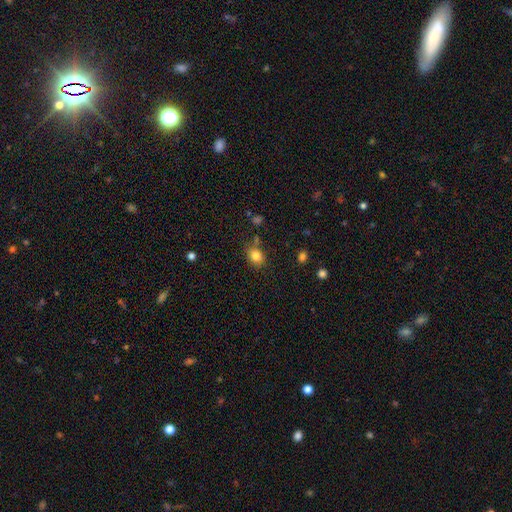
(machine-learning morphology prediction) A smooth galaxy with no disk features (83%) that is round (56%).

Vote fractions:
- Smooth or featured? smooth: 83% / star or artifact: 11% / featured or disk: 6%
- How rounded? round: 56% / in between: 43% / cigar-shaped: 1%
- Merging? none: 74% / minor disturbance: 15% / merger: 6% / major disturbance: 4%